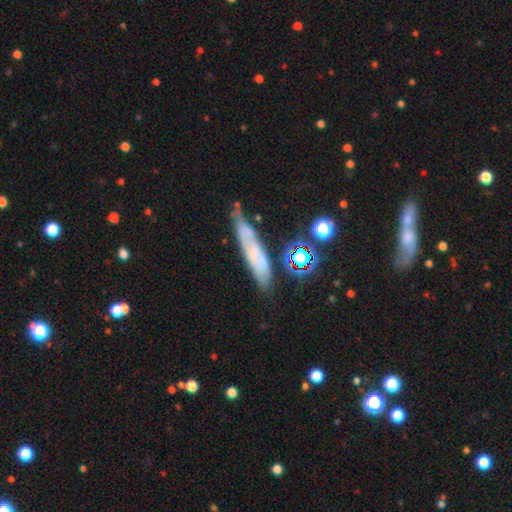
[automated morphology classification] featured or disk 43%, smooth 42%, star or artifact 15%. Down the decision tree: merging — none (57%).